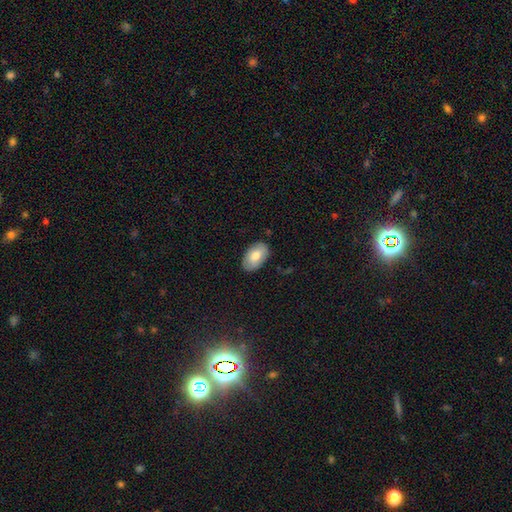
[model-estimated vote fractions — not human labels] Smooth or featured? smooth (75%)
How rounded? in between (94%)
Merging? none (85%)